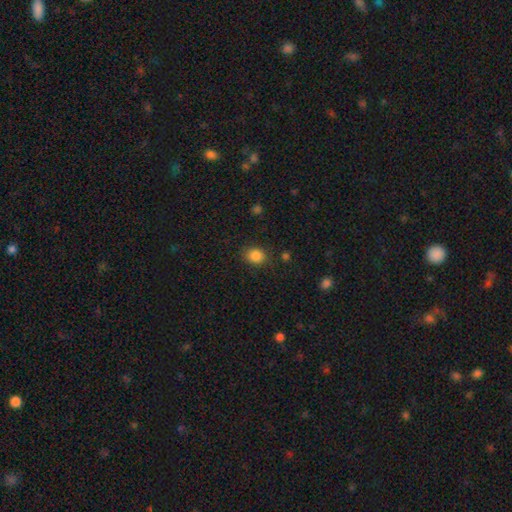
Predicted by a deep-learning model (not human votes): Q: Smooth or featured?
A: smooth (85%); runner-up: star or artifact (11%)
Q: How rounded?
A: round (57%); runner-up: in between (43%)
Q: Merging?
A: none (84%); runner-up: minor disturbance (11%)